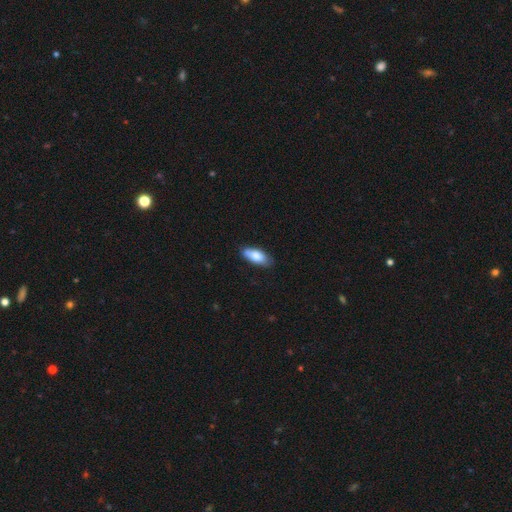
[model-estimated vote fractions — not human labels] A smooth galaxy with no disk features (79%) that is in between round and cigar-shaped (80%). Merging: none (80%).